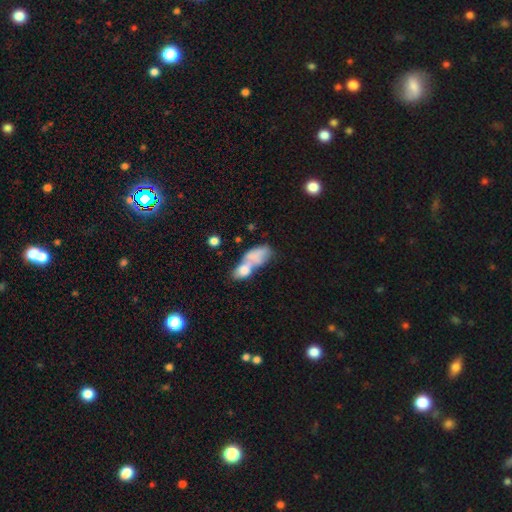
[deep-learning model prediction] Smooth or featured?
  - smooth: 64% *
  - featured or disk: 27%
  - star or artifact: 9%
How rounded?
  - in between: 80% *
  - cigar-shaped: 11%
  - round: 10%
Merging?
  - merger: 64% *
  - none: 14%
  - major disturbance: 12%
  - minor disturbance: 9%